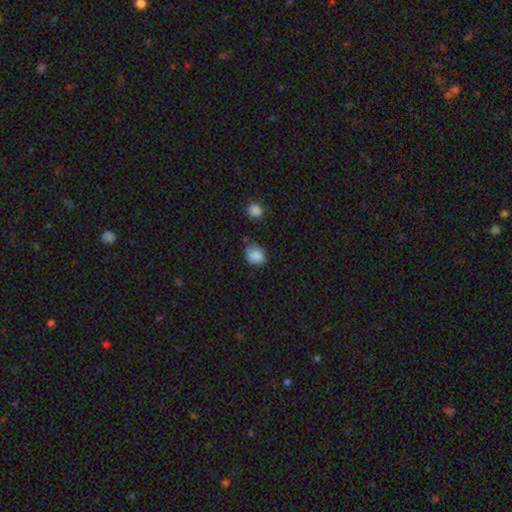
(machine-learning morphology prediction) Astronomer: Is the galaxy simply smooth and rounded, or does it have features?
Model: smooth — 85%.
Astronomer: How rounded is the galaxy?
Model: round — 54% (runner-up: in between, 45%).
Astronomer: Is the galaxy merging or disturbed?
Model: none — 64%.